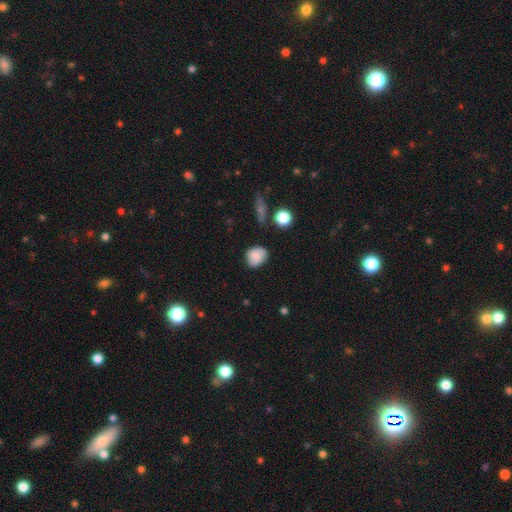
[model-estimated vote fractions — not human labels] A smooth galaxy with no disk features (73%) that is round (61%).

Vote fractions:
- Smooth or featured? smooth: 73% / featured or disk: 18% / star or artifact: 9%
- How rounded? round: 61% / in between: 38% / cigar-shaped: 1%
- Merging? none: 72% / minor disturbance: 21% / major disturbance: 5% / merger: 3%